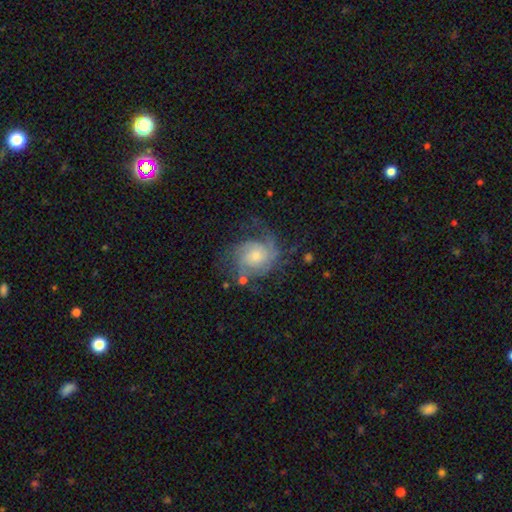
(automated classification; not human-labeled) Overall: featured or disk (76%). Edge-on disk: no (98%). Bar: no (74%). Spiral arms: yes (93%). Spiral arm count: 2 (34%; can't tell 26%). Spiral winding: tight (42%; medium 40%). Bulge size: moderate (44%, tied with small). Merging: none (59%; minor disturbance 21%).